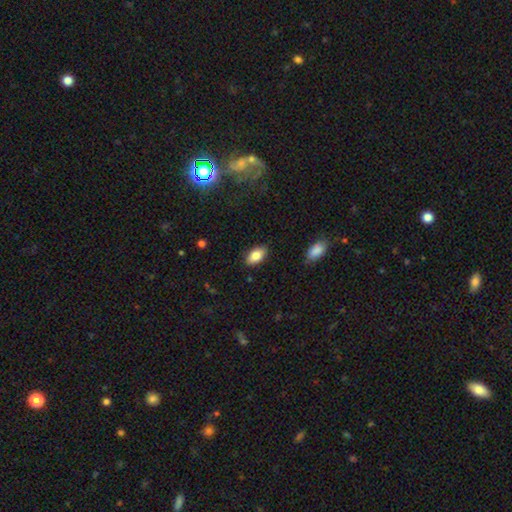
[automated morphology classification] Smooth or featured? smooth (84%)
How rounded? in between (92%)
Merging? none (87%)